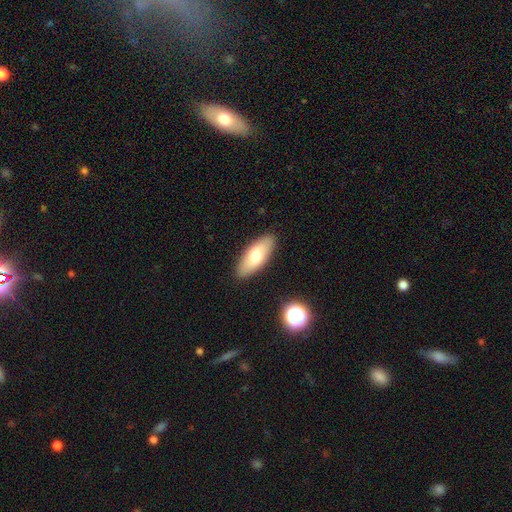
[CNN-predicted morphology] smooth-or-featured: smooth: 71% | featured or disk: 23% | star or artifact: 7%
  how-rounded: in between: 79% | cigar-shaped: 18% | round: 3%
  merging: none: 88% | minor disturbance: 9% | major disturbance: 2% | merger: 1%